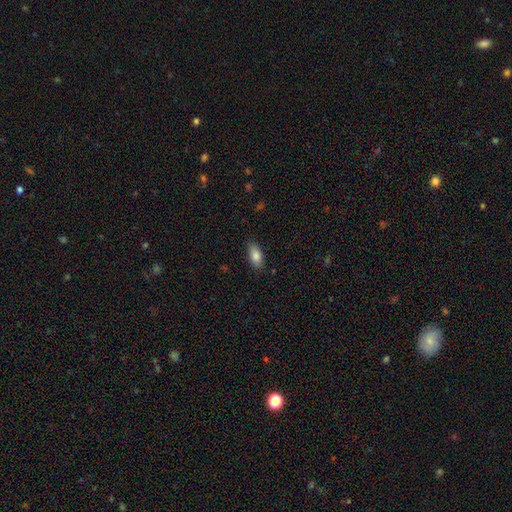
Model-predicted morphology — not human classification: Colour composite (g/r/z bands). It shows a smooth galaxy with no disk features (85%) that is in between round and cigar-shaped (89%). Merging: none (83%).